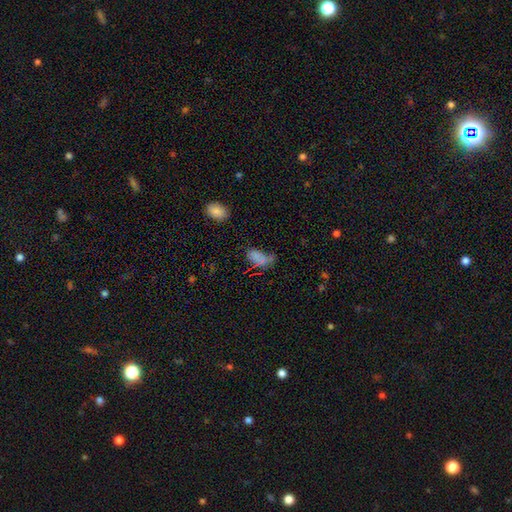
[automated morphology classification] smooth 66%, star or artifact 19%, featured or disk 15%. Down the decision tree: how rounded — in between (86%); merging — none (37%).